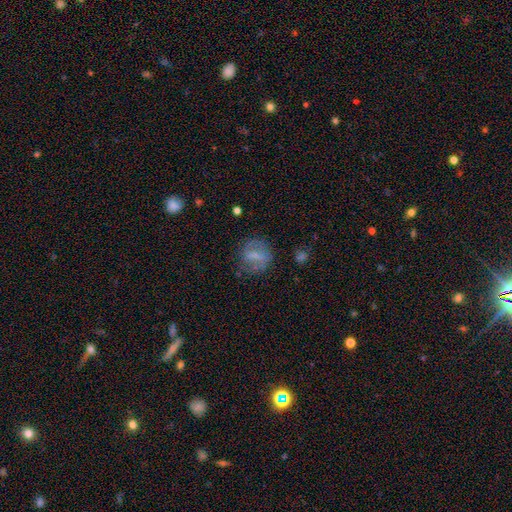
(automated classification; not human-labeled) smooth_or_featured: smooth (p=0.49) [alt: featured or disk p=0.42]
merging: none (p=0.69) [alt: minor disturbance p=0.19]